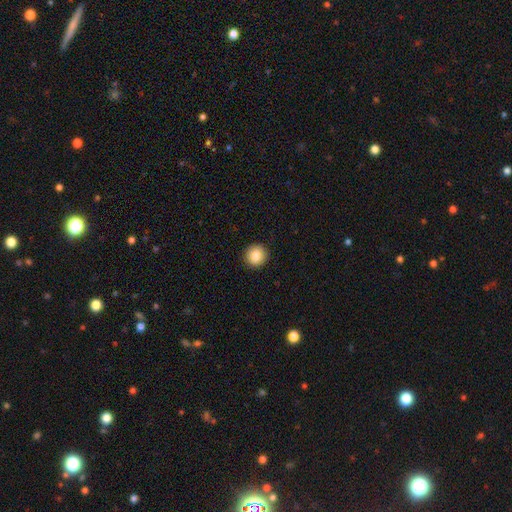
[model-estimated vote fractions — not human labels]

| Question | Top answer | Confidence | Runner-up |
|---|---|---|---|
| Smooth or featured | smooth | 85% | star or artifact (9%) |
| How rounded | round | 92% | in between (7%) |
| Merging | none | 92% | minor disturbance (5%) |